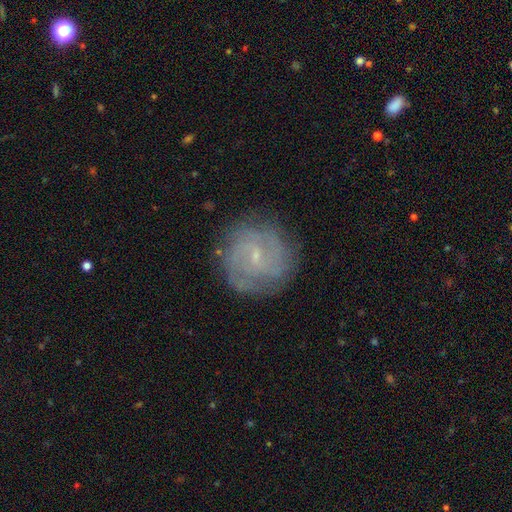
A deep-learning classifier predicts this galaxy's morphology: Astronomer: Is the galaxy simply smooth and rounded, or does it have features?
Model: featured or disk — 75%.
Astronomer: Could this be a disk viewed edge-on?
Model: no — 98%.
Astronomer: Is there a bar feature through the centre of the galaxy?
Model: weak — 53% (runner-up: no, 37%).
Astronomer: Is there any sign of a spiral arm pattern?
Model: yes — 92%.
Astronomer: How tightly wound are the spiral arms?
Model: tight — 48% (runner-up: medium, 39%).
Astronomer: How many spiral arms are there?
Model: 2 — 44% (runner-up: can't tell, 28%).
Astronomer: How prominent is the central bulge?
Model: small — 79%.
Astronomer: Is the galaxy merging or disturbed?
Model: none — 82%.